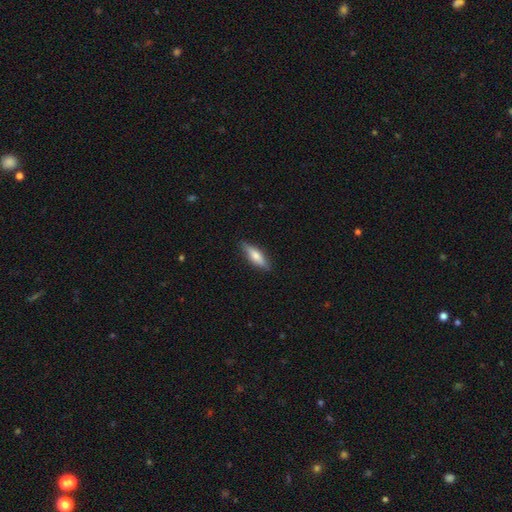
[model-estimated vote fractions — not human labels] smooth 54%, featured or disk 40%, star or artifact 6%. Down the decision tree: how rounded — cigar-shaped (62%); merging — none (86%).